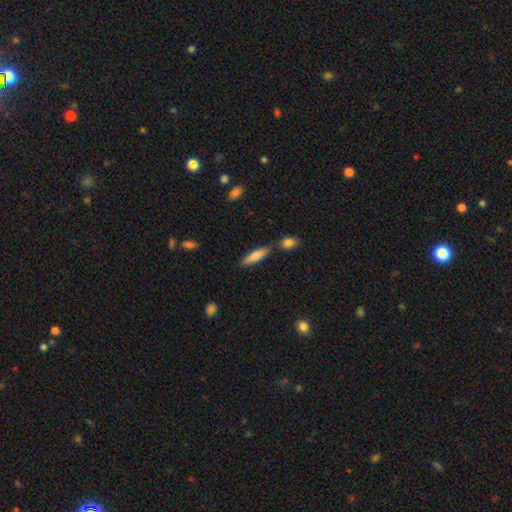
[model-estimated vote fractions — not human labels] Morphology: type=smooth (75%); roundness=cigar-shaped (71%); merging=none (73%).